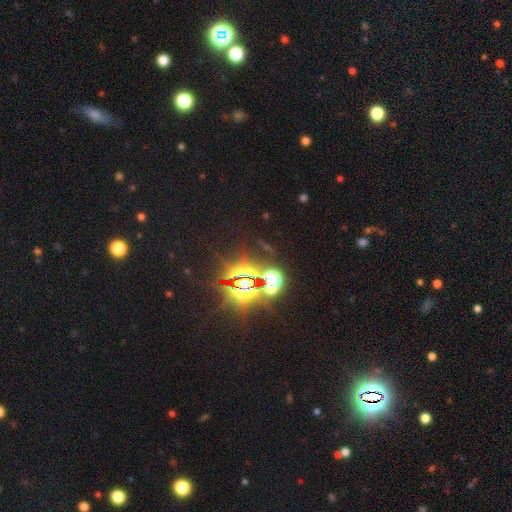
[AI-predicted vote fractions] Q: Smooth or featured?
A: star or artifact (81%); runner-up: smooth (12%)